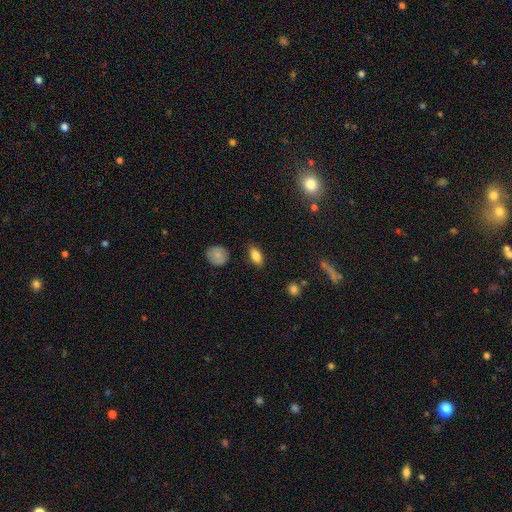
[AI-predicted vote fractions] smooth 82%, featured or disk 9%, star or artifact 8%. Down the decision tree: how rounded — in between (87%); merging — none (86%).